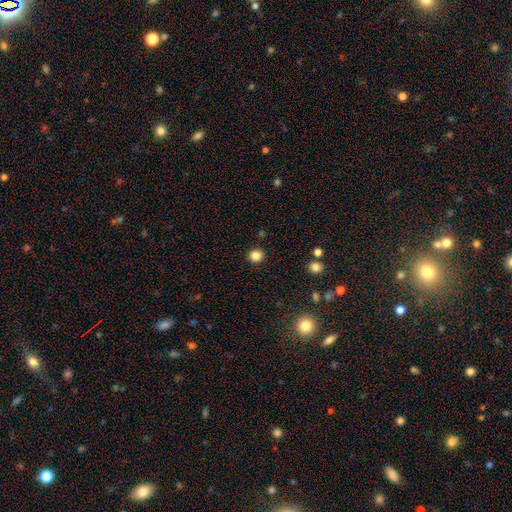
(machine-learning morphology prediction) Q: Smooth or featured?
A: smooth (85%); runner-up: star or artifact (12%)
Q: How rounded?
A: round (90%); runner-up: in between (9%)
Q: Merging?
A: none (91%); runner-up: minor disturbance (5%)